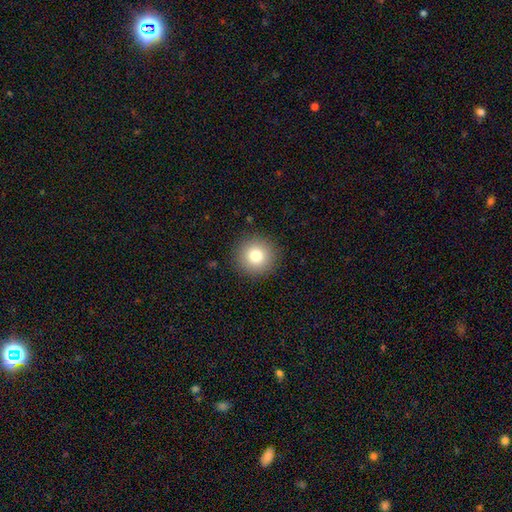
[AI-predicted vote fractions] Smooth or featured: smooth — 79% (star or artifact — 11%)
How rounded: round — 96% (in between — 3%)
Merging: none — 91% (minor disturbance — 6%)